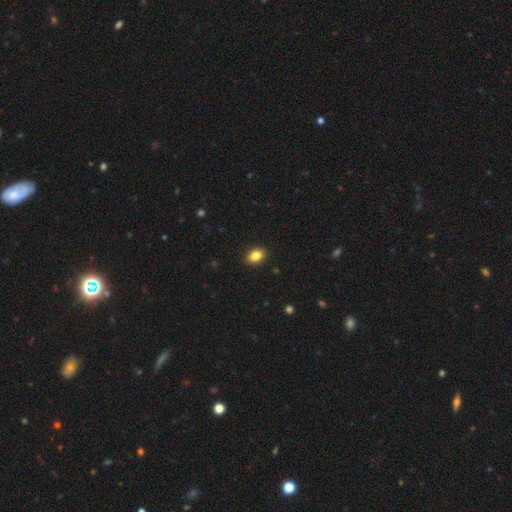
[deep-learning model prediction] Smooth or featured?
  - smooth: 86% *
  - star or artifact: 9%
  - featured or disk: 5%
How rounded?
  - in between: 79% *
  - round: 19%
  - cigar-shaped: 1%
Merging?
  - none: 91% *
  - minor disturbance: 6%
  - major disturbance: 2%
  - merger: 1%